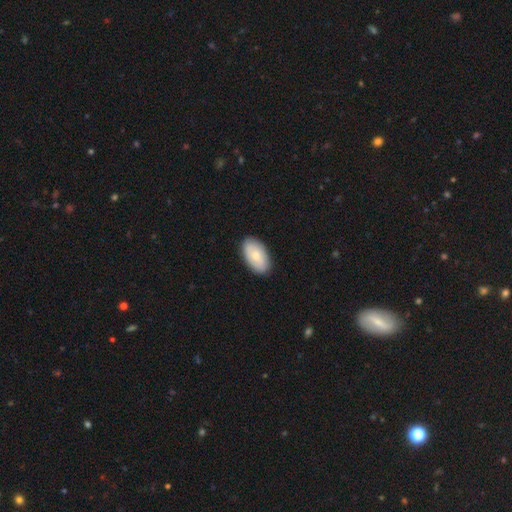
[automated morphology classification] The model was most divided on "smooth or featured": smooth: 68%, featured or disk: 27%, star or artifact: 5%. More confident: how rounded — in between (94%); merging — none (87%).